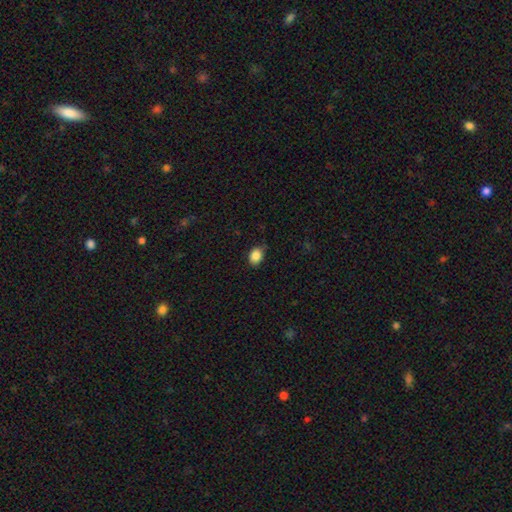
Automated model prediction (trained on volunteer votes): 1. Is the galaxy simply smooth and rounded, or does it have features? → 86% smooth, 9% star or artifact, 5% featured or disk.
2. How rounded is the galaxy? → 65% in between, 34% round, 1% cigar-shaped.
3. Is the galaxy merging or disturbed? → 76% none, 19% minor disturbance, 3% major disturbance, 1% merger.